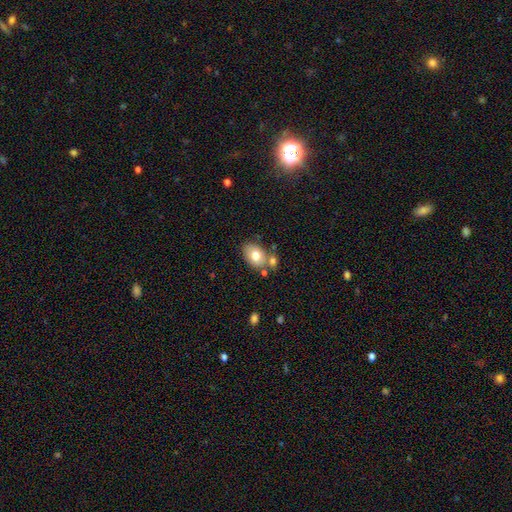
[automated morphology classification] A smooth galaxy with no disk features (74%) that is in between round and cigar-shaped (80%).

Vote fractions:
- Smooth or featured? smooth: 74% / featured or disk: 19% / star or artifact: 8%
- How rounded? in between: 80% / round: 19% / cigar-shaped: 1%
- Merging? none: 60% / merger: 21% / minor disturbance: 16% / major disturbance: 4%